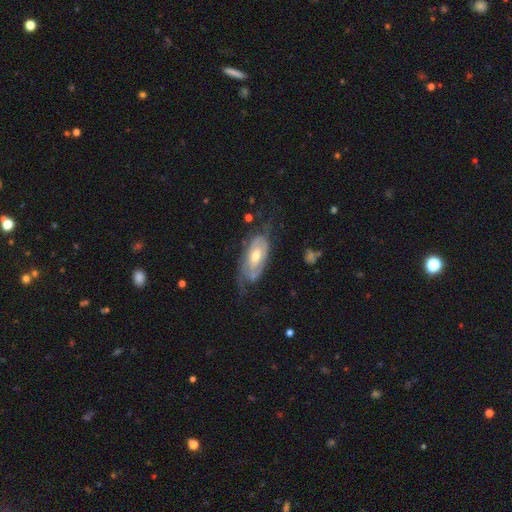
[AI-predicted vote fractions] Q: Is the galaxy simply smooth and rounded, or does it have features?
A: featured or disk — 73%.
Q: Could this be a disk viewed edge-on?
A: no — 90%.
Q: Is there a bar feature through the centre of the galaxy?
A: no — 62%.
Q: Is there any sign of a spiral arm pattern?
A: yes — 79%.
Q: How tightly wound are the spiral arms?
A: tight — 55%.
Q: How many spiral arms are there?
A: can't tell — 44%.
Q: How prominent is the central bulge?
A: moderate — 69%.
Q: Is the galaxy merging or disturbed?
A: none — 50%.